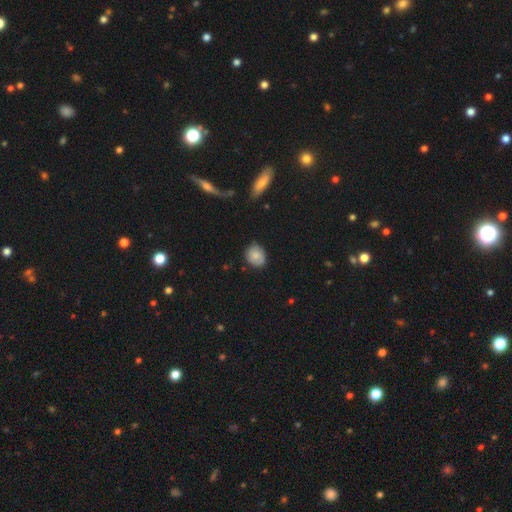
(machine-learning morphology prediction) Smooth or featured: smooth — 76% (featured or disk — 15%)
How rounded: round — 57% (in between — 42%)
Merging: none — 74% (minor disturbance — 21%)